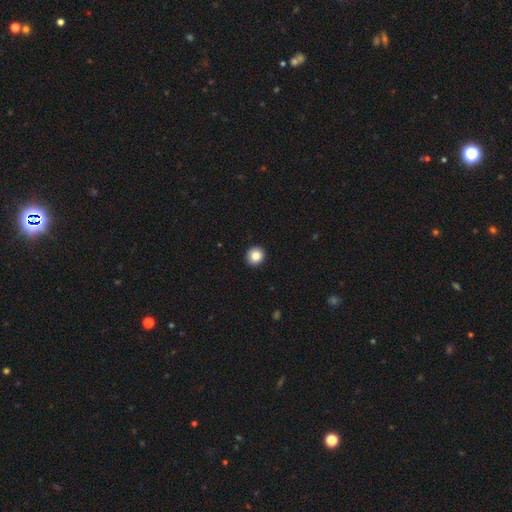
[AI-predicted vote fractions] Overall: smooth (86%). How rounded: round (91%). Merging: none (93%).